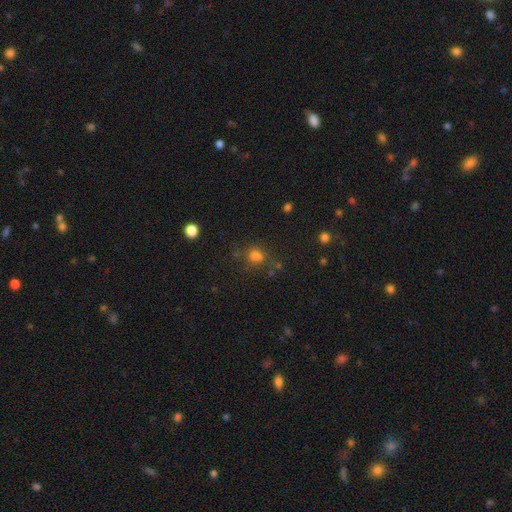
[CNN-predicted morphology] Smooth or featured?
  - smooth: 73% *
  - star or artifact: 19%
  - featured or disk: 9%
How rounded?
  - round: 65% *
  - in between: 33%
  - cigar-shaped: 2%
Merging?
  - none: 61% *
  - minor disturbance: 18%
  - major disturbance: 11%
  - merger: 10%